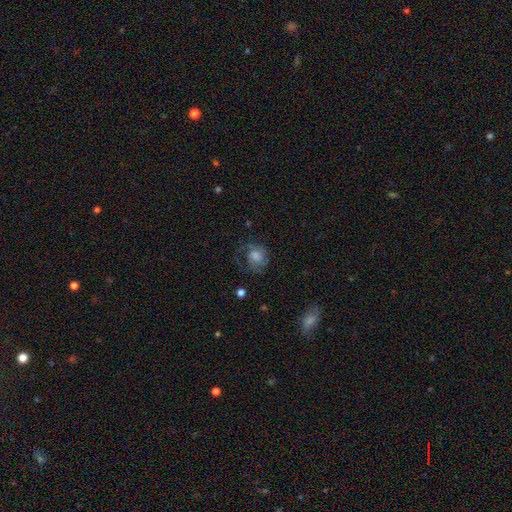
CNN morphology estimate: This appears to be a featured or disk galaxy (51%). Merging: none (57%).